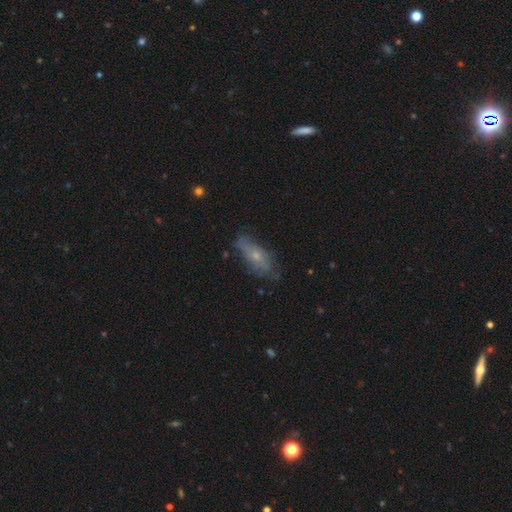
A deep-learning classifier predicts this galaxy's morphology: Overall: smooth (45%, tied with featured or disk). Merging: none (58%; minor disturbance 28%).